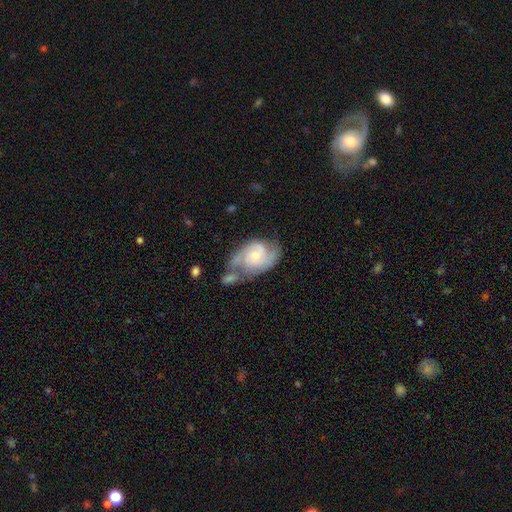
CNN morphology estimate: type=featured or disk (77%); edge-on=no (97%); bar=no (68%); spiral arms=yes (92%); winding=medium (45%); arm count=2 (71%); bulge=small (56%); merging=none (37%).